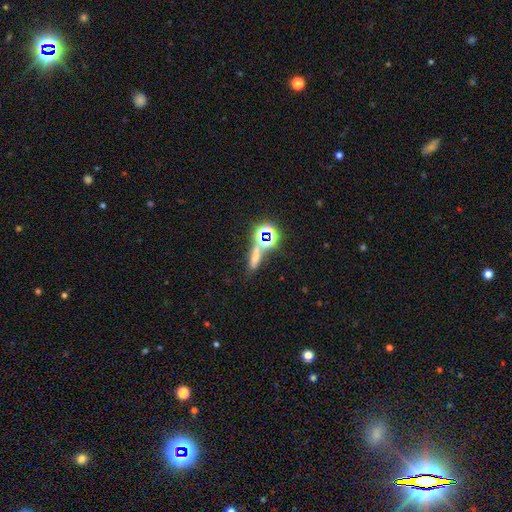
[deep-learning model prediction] Overall: smooth (50%; star or artifact 37%). Merging: none (61%).